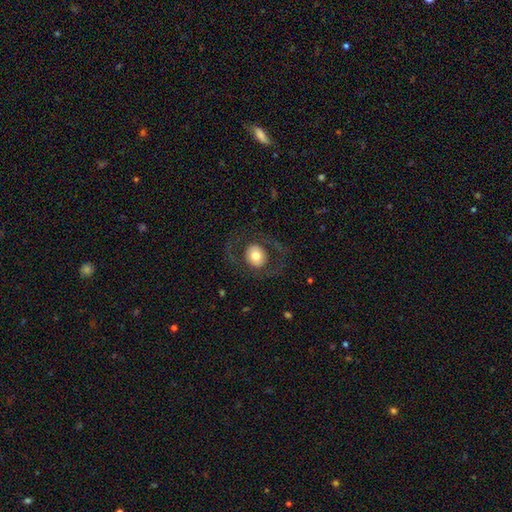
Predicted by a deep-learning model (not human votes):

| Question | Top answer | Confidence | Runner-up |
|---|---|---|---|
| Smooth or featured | smooth | 54% | featured or disk (39%) |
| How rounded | round | 74% | in between (25%) |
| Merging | none | 75% | major disturbance (14%) |